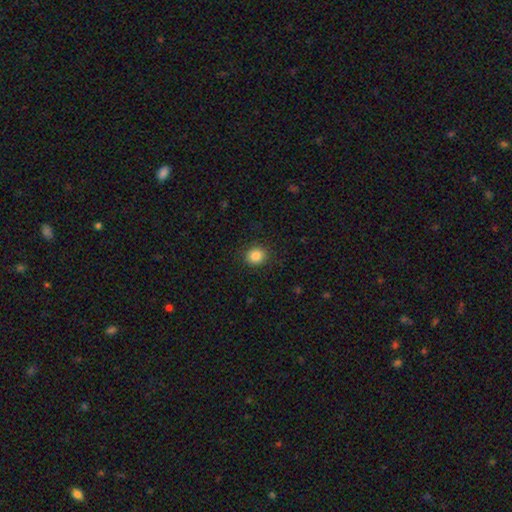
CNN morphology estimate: smooth 85%, star or artifact 10%, featured or disk 5%. Down the decision tree: how rounded — round (81%); merging — none (89%).